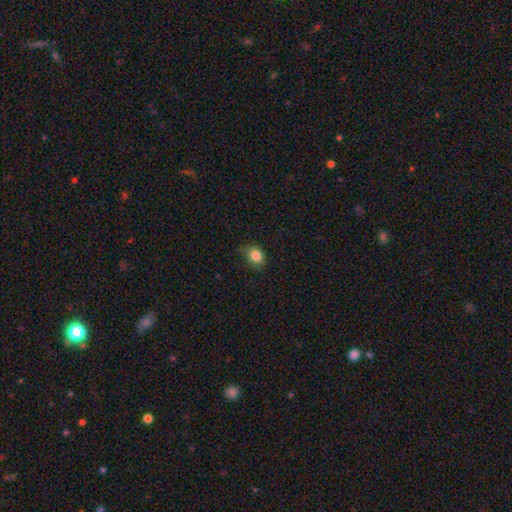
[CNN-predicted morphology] A smooth galaxy with no disk features (83%) that is round (53%). Merging: none (71%).